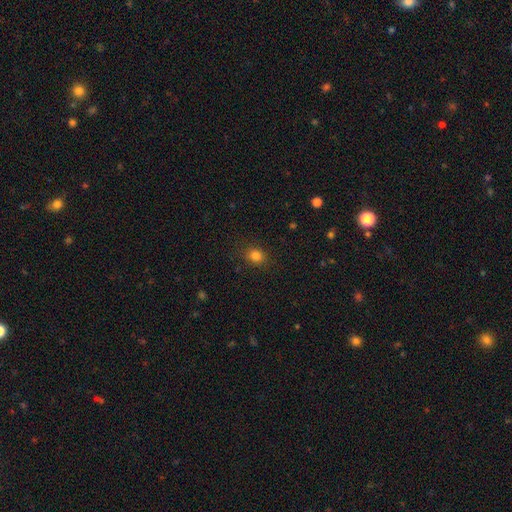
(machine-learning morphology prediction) Smooth or featured? Predicted: smooth (p=0.82). How rounded? Predicted: round (p=0.58). Merging? Predicted: none (p=0.85).